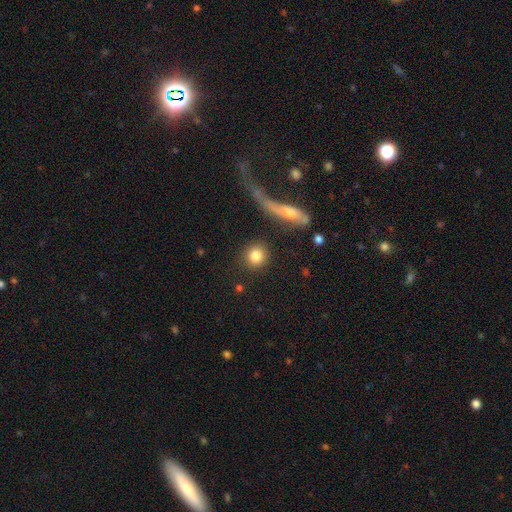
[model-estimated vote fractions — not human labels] Q: Smooth or featured?
A: smooth (83%); runner-up: featured or disk (9%)
Q: How rounded?
A: round (88%); runner-up: in between (10%)
Q: Merging?
A: none (86%); runner-up: minor disturbance (7%)